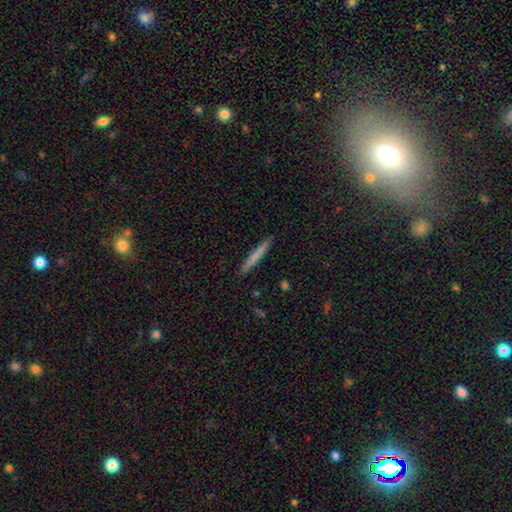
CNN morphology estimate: smooth_or_featured: smooth (p=0.71) [alt: featured or disk p=0.23]
how_rounded: cigar-shaped (p=0.96) [alt: in between p=0.02]
merging: none (p=0.90) [alt: minor disturbance p=0.07]